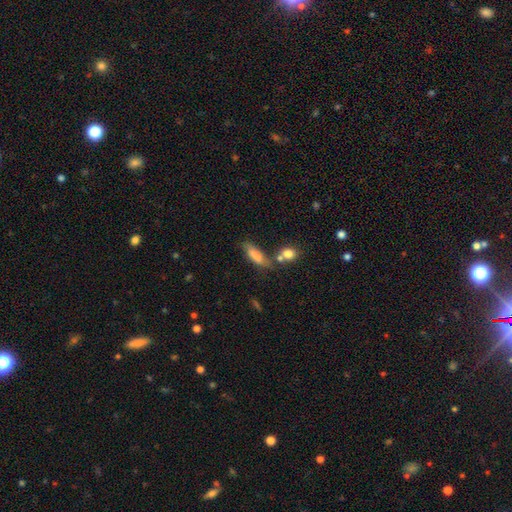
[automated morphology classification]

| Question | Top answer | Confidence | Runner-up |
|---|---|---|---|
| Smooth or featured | smooth | 78% | featured or disk (13%) |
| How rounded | in between | 56% | cigar-shaped (40%) |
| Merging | none | 48% | minor disturbance (23%) |